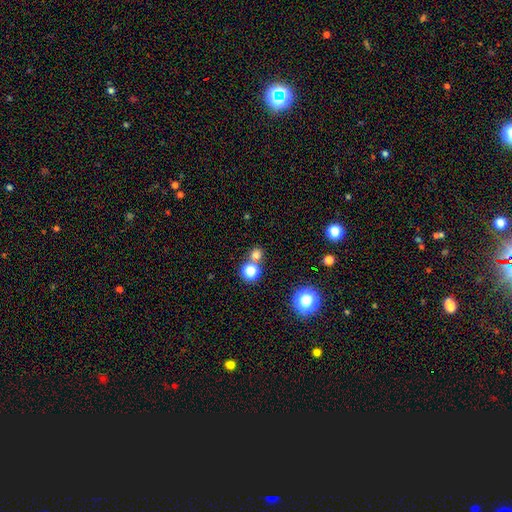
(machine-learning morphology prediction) The model was most divided on "merging": none: 64%, merger: 26%, minor disturbance: 7%, major disturbance: 3%. More confident: how rounded — round (83%); smooth or featured — smooth (69%).